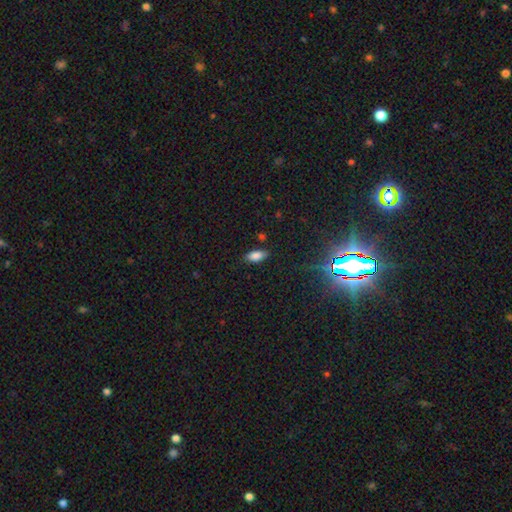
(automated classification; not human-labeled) Smooth or featured: smooth — 83% (star or artifact — 10%)
How rounded: in between — 88% (cigar-shaped — 10%)
Merging: none — 84% (minor disturbance — 12%)